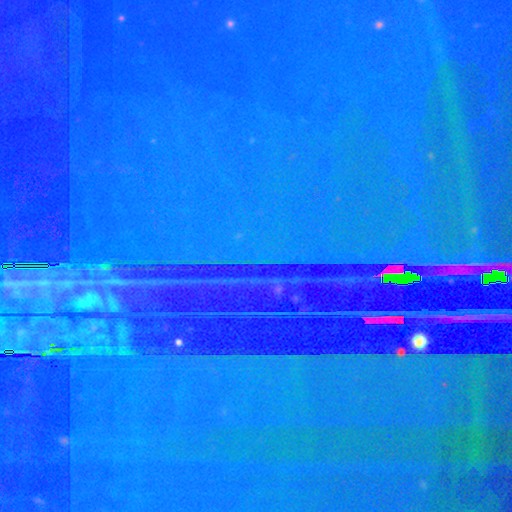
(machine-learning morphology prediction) smooth_or_featured: star or artifact (p=0.88) [alt: featured or disk p=0.07]